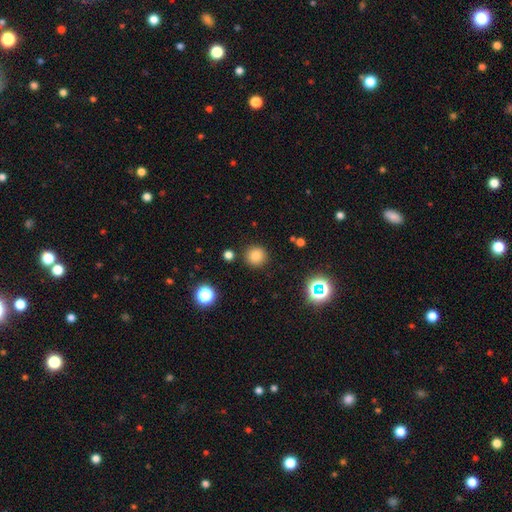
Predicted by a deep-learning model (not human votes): A smooth galaxy with no disk features (80%) that is round (94%).

Vote fractions:
- Smooth or featured? smooth: 80% / star or artifact: 15% / featured or disk: 5%
- How rounded? round: 94% / in between: 5% / cigar-shaped: 1%
- Merging? none: 89% / minor disturbance: 6% / major disturbance: 3% / merger: 3%